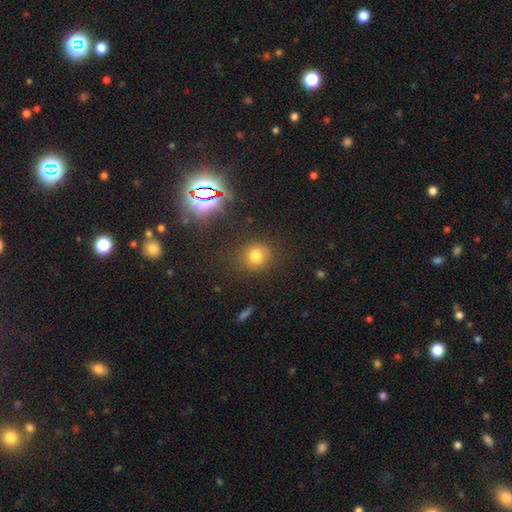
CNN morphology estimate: This appears to be a smooth galaxy with no disk features (74%) that is round (82%). Merging: none (84%).